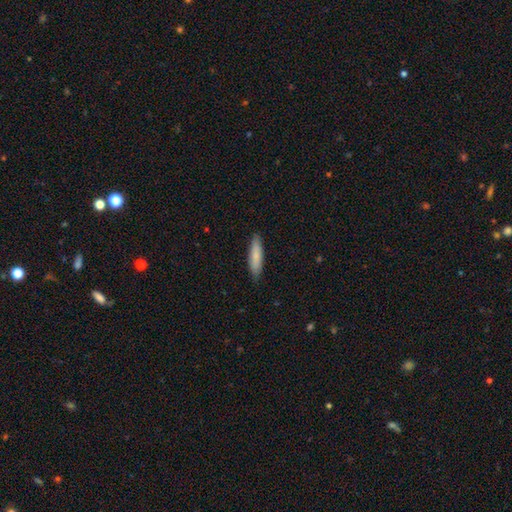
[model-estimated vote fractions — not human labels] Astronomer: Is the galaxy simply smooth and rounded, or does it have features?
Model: smooth — 79%.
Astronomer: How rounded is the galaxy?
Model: cigar-shaped — 81%.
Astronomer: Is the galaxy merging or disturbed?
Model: none — 89%.